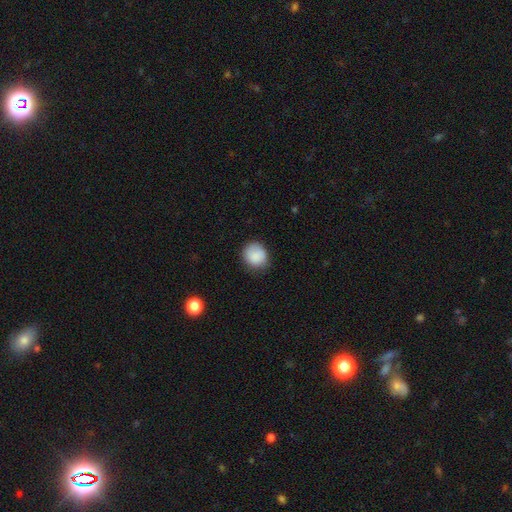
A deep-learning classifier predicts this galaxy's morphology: Smooth or featured? smooth (87%)
How rounded? round (79%)
Merging? none (76%)